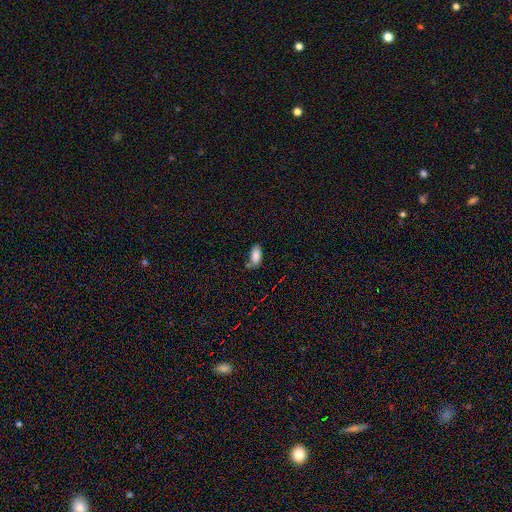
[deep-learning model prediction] Smooth or featured? smooth (85%)
How rounded? in between (93%)
Merging? none (61%)